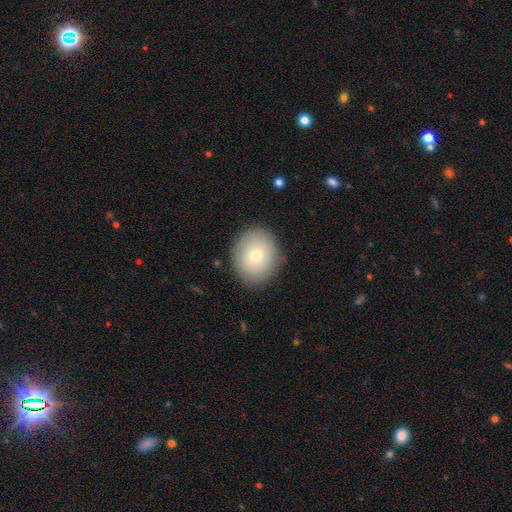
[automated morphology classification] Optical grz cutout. It shows a smooth galaxy with no disk features (74%) that is round (68%). Merging: none (87%).